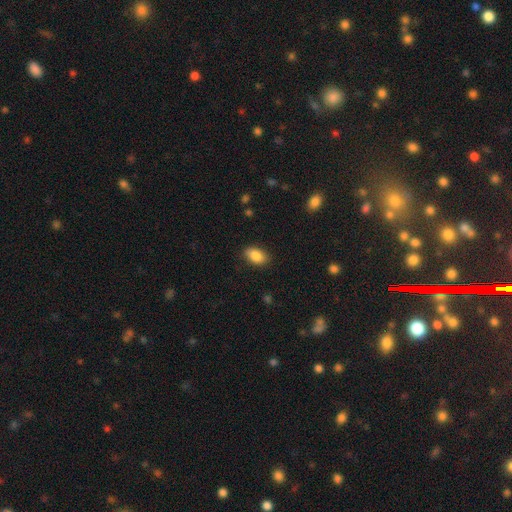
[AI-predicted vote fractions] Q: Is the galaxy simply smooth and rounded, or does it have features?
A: smooth — 87%.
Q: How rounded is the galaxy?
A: in between — 90%.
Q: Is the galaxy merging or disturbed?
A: none — 86%.